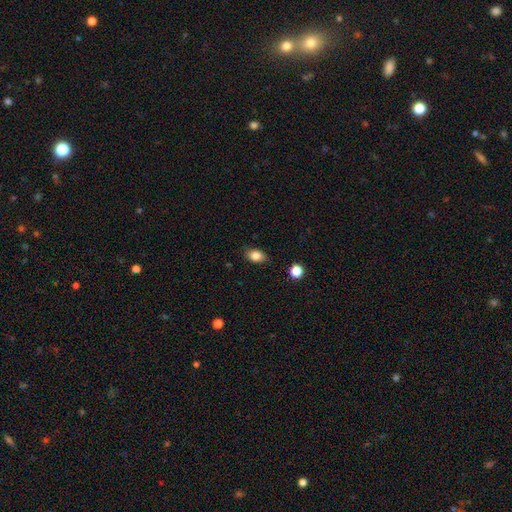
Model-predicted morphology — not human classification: Smooth or featured? Predicted: smooth (p=0.84). How rounded? Predicted: in between (p=0.80). Merging? Predicted: none (p=0.84).